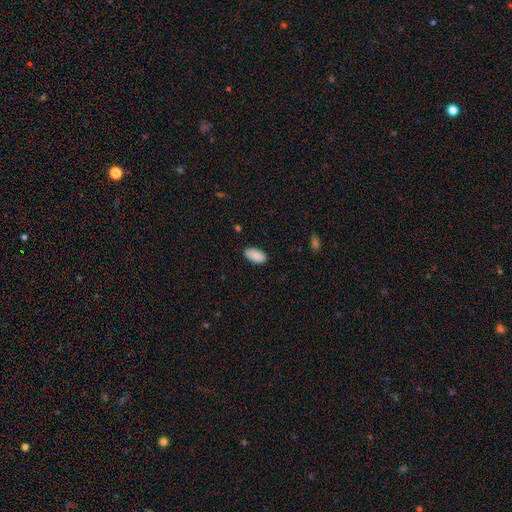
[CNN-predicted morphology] Smooth or featured? Predicted: smooth (p=0.90). How rounded? Predicted: in between (p=0.93). Merging? Predicted: none (p=0.86).